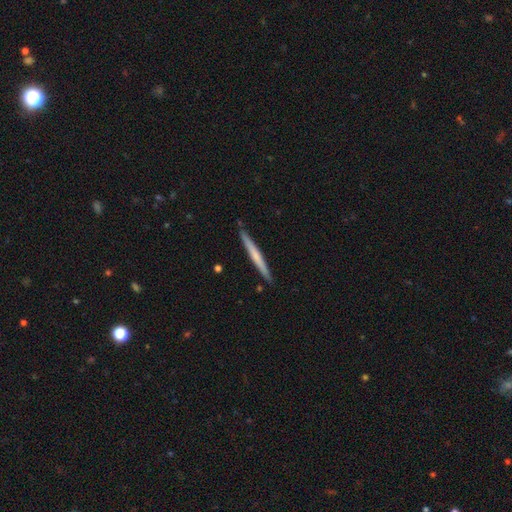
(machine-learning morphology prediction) This is possibly a smooth galaxy (49%). Merging: clearly none (90%).